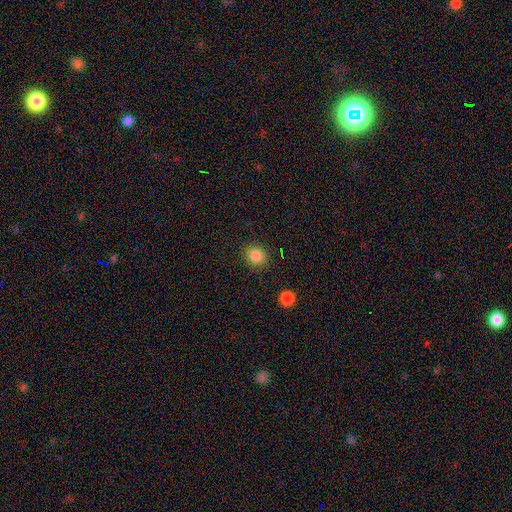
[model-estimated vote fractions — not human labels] Smooth or featured?
  - smooth: 85% *
  - star or artifact: 11%
  - featured or disk: 4%
How rounded?
  - round: 81% *
  - in between: 18%
  - cigar-shaped: 1%
Merging?
  - none: 87% *
  - minor disturbance: 8%
  - major disturbance: 3%
  - merger: 2%